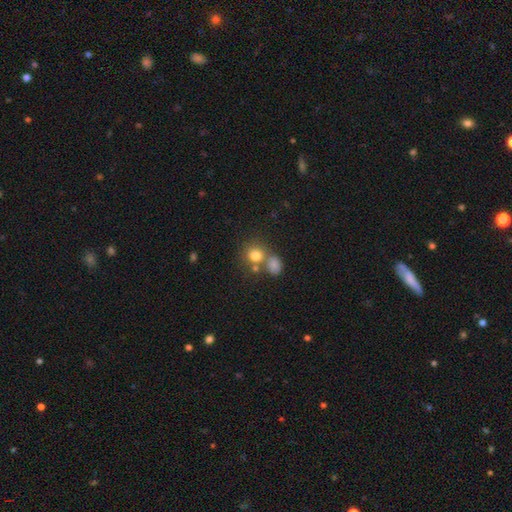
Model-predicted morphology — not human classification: This appears to be a smooth galaxy with no disk features (78%) that is round (81%). Merging: none (52%).